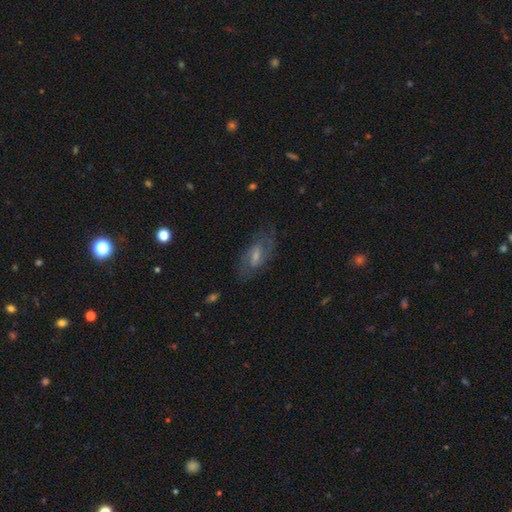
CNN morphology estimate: Smooth or featured? Predicted: featured or disk (p=0.64). Edge-on disk? Predicted: no (p=0.90). Bar? Predicted: weak (p=0.52). Spiral arms? Predicted: yes (p=0.82). Bulge size? Predicted: small (p=0.43). Merging? Predicted: none (p=0.74).